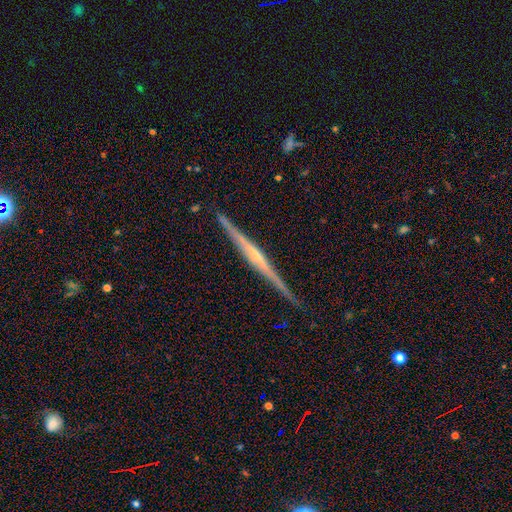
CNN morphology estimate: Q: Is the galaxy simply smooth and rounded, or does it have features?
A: featured or disk — 80%.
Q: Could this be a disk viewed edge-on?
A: yes — 98%.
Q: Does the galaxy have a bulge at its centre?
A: none — 48%.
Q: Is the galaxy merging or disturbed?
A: none — 90%.